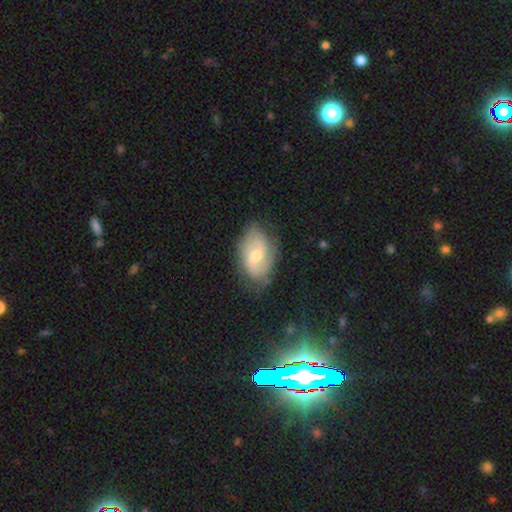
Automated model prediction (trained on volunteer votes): This appears to be a featured or disk galaxy (67%) with a weak bar (54%), 2 (70%) medium (46%) spiral arms (89%) and a moderate central bulge (54%). Merging: none (70%).